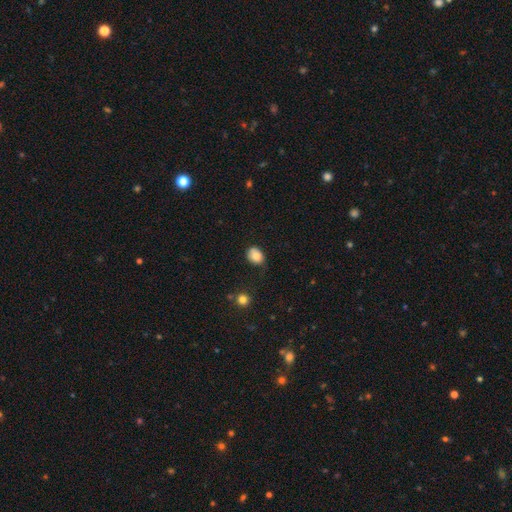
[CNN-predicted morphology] Smooth or featured? smooth (82%)
How rounded? in between (55%)
Merging? none (57%)